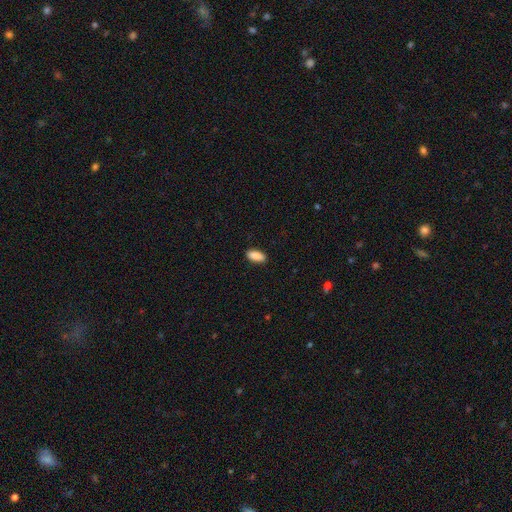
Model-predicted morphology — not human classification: A smooth galaxy with no disk features (90%) that is in between round and cigar-shaped (89%). Merging: none (89%).